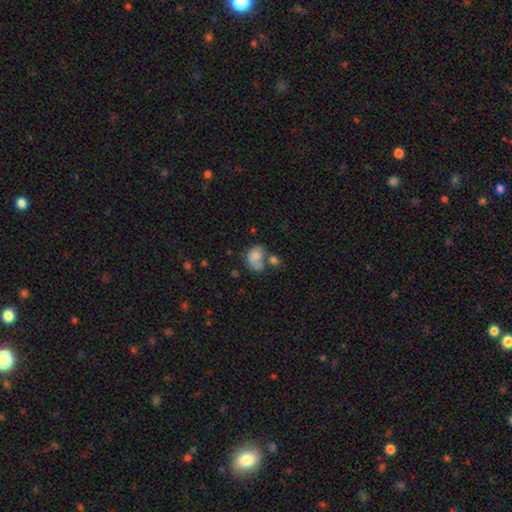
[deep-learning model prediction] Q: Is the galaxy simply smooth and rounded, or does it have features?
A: smooth — 69%.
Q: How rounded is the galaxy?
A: in between — 66%.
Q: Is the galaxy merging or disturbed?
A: merger — 38%.